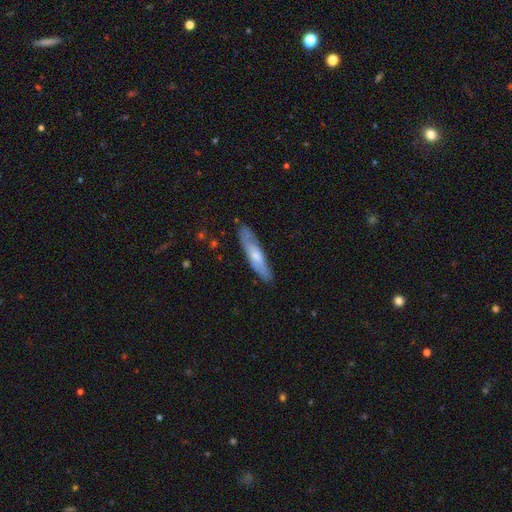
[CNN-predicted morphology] This is possibly a smooth galaxy (53%). How rounded: likely cigar-shaped (80%). Merging: clearly none (82%).